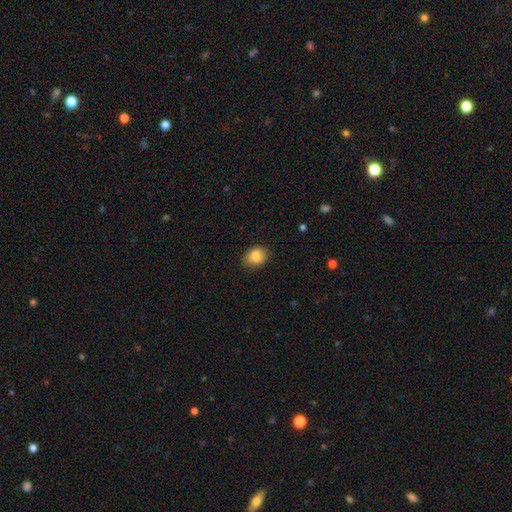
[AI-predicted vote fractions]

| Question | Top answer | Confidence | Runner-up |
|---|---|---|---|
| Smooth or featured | smooth | 82% | featured or disk (9%) |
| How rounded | round | 51% | in between (48%) |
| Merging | none | 80% | minor disturbance (15%) |